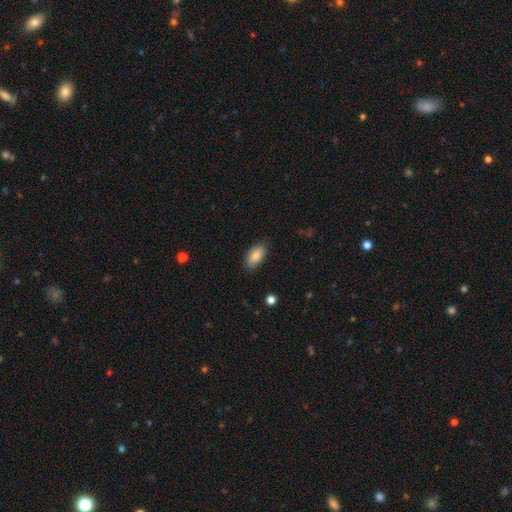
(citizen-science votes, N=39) A smooth galaxy with no disk features (87%) that is in between round and cigar-shaped (97%). Merging: none (89%).